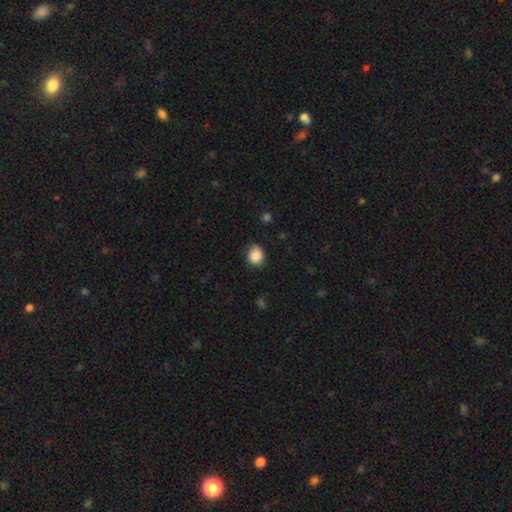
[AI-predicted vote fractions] Smooth or featured? Predicted: smooth (p=0.88). How rounded? Predicted: round (p=0.66). Merging? Predicted: none (p=0.76).